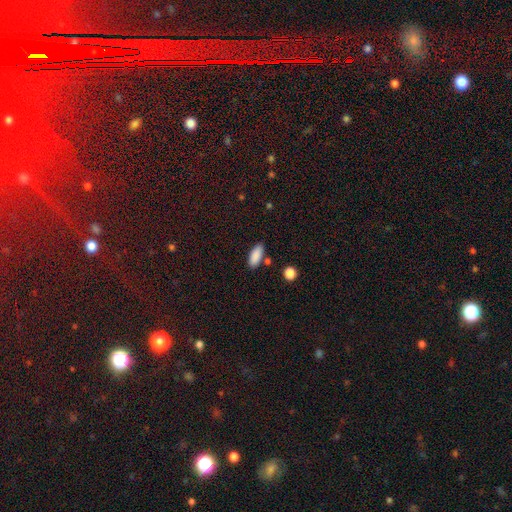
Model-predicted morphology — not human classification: This is clearly a smooth galaxy (88%). How rounded: clearly in between (80%). Merging: clearly none (80%).